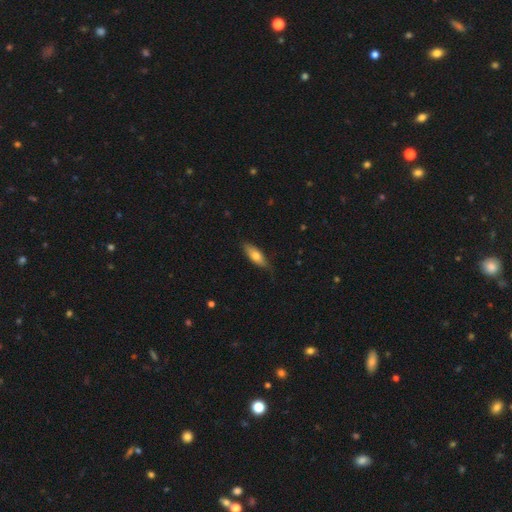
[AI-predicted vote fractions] Smooth or featured: smooth — 67% (featured or disk — 27%)
How rounded: in between — 58% (cigar-shaped — 39%)
Merging: none — 76% (minor disturbance — 20%)